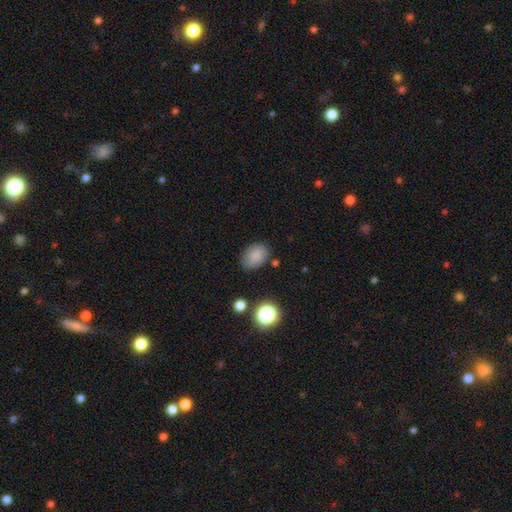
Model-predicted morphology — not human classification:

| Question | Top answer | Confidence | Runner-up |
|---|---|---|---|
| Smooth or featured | smooth | 84% | star or artifact (10%) |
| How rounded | in between | 81% | round (17%) |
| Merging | none | 79% | minor disturbance (14%) |